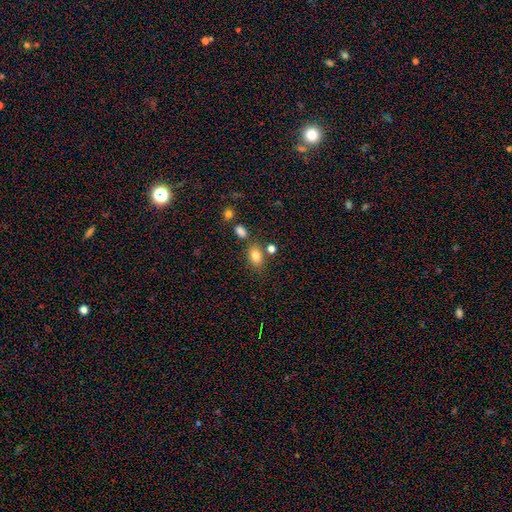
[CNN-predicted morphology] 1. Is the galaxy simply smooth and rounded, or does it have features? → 81% smooth, 10% star or artifact, 8% featured or disk.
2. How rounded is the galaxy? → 79% in between, 19% round, 2% cigar-shaped.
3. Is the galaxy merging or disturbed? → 71% none, 13% minor disturbance, 12% merger, 4% major disturbance.